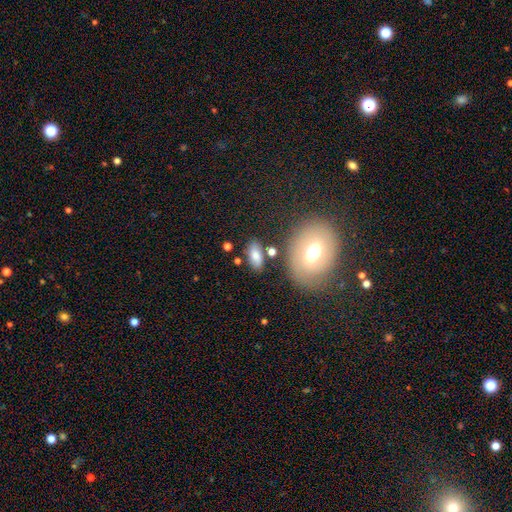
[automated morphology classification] Q: Smooth or featured?
A: smooth (72%); runner-up: featured or disk (18%)
Q: How rounded?
A: in between (86%); runner-up: cigar-shaped (8%)
Q: Merging?
A: none (75%); runner-up: minor disturbance (14%)